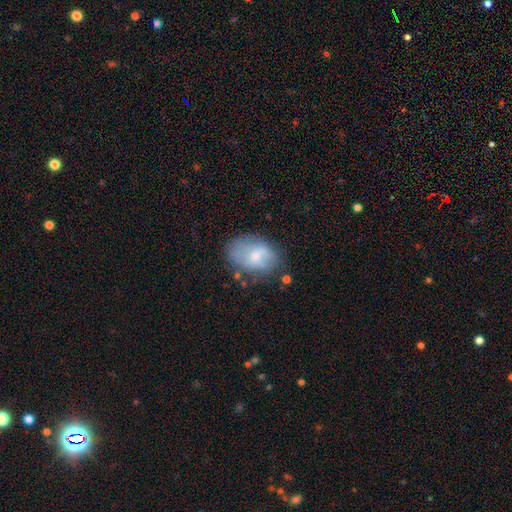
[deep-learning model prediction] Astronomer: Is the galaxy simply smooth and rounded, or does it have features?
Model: smooth — 59%.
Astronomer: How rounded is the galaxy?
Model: in between — 79%.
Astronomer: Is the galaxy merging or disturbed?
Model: none — 60%.